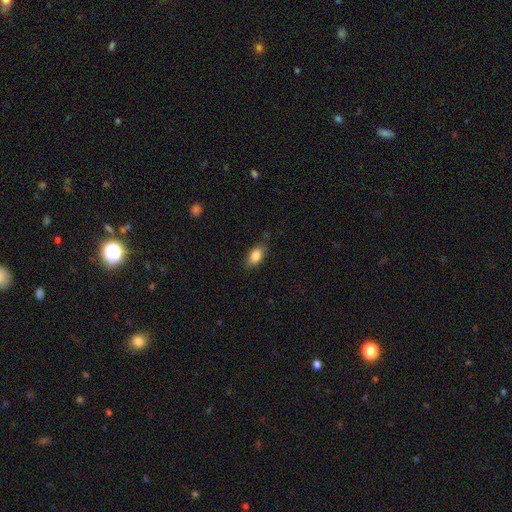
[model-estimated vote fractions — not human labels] This is clearly a smooth galaxy (83%). How rounded: clearly in between (86%). Merging: likely none (78%).